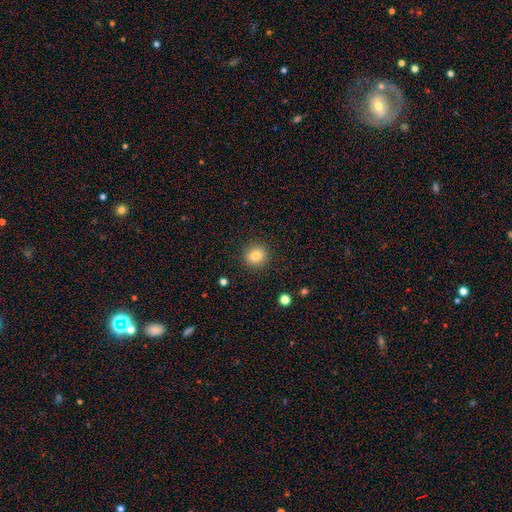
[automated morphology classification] Smooth or featured?
  - smooth: 82% *
  - star or artifact: 11%
  - featured or disk: 7%
How rounded?
  - round: 86% *
  - in between: 13%
  - cigar-shaped: 1%
Merging?
  - none: 90% *
  - minor disturbance: 6%
  - major disturbance: 2%
  - merger: 1%